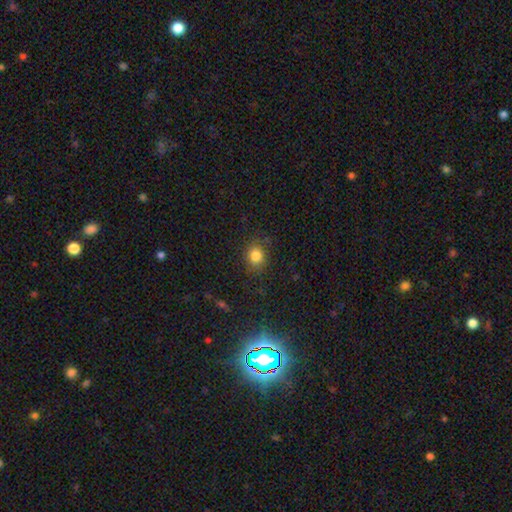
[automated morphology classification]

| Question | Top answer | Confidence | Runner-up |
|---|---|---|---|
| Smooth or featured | smooth | 82% | star or artifact (12%) |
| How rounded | round | 68% | in between (31%) |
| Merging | none | 82% | minor disturbance (12%) |